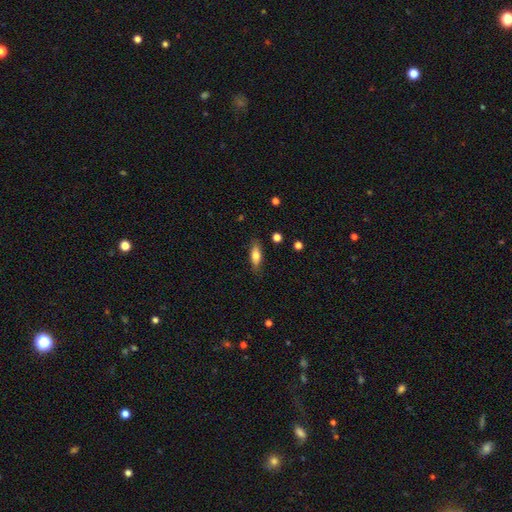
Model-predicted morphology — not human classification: A smooth galaxy with no disk features (66%) that is in between round and cigar-shaped (59%). Merging: none (82%).